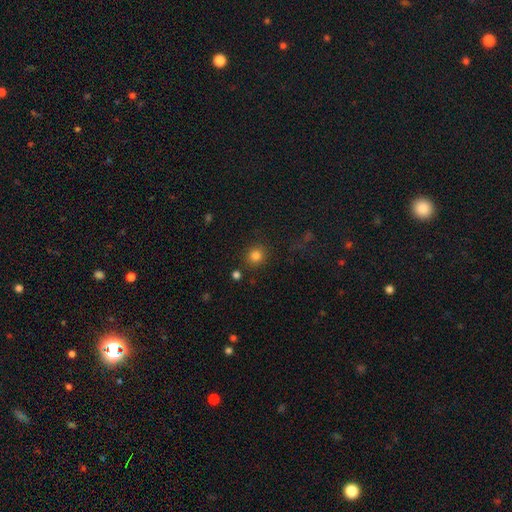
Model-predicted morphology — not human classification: smooth-or-featured: smooth: 82% | star or artifact: 13% | featured or disk: 5%
  how-rounded: round: 88% | in between: 11% | cigar-shaped: 1%
  merging: none: 86% | minor disturbance: 8% | major disturbance: 3% | merger: 3%